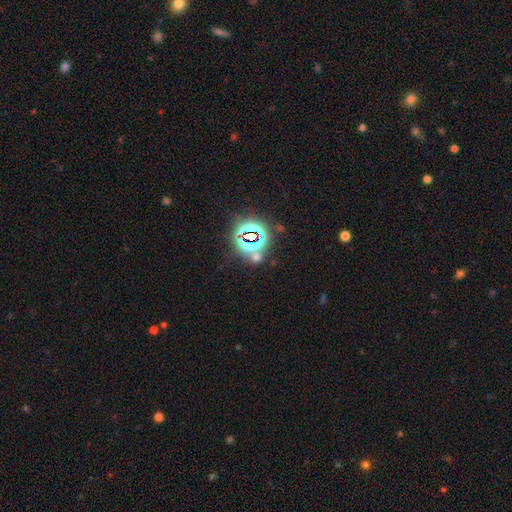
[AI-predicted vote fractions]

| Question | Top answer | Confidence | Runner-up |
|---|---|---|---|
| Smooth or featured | star or artifact | 64% | smooth (28%) |